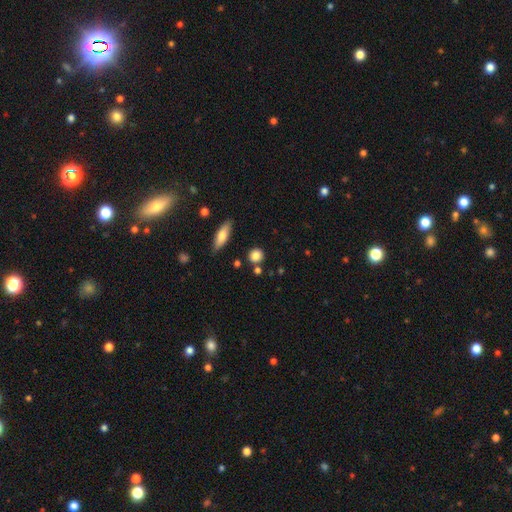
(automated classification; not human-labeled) smooth 83%, star or artifact 10%, featured or disk 7%. Down the decision tree: how rounded — round (83%); merging — none (80%).